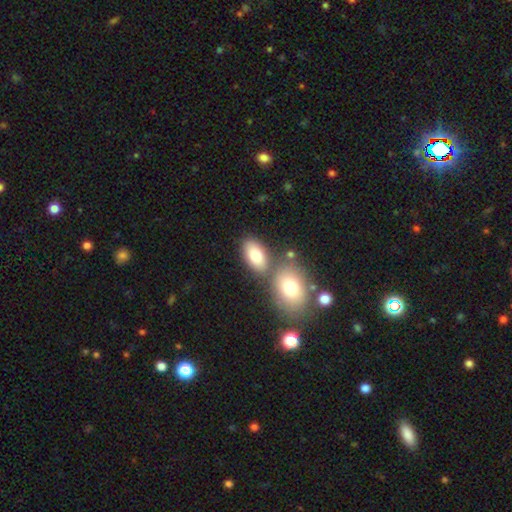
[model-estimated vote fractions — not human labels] Smooth or featured?
  - smooth: 79% *
  - featured or disk: 13%
  - star or artifact: 8%
How rounded?
  - in between: 91% *
  - round: 7%
  - cigar-shaped: 3%
Merging?
  - none: 63% *
  - merger: 22%
  - minor disturbance: 11%
  - major disturbance: 4%